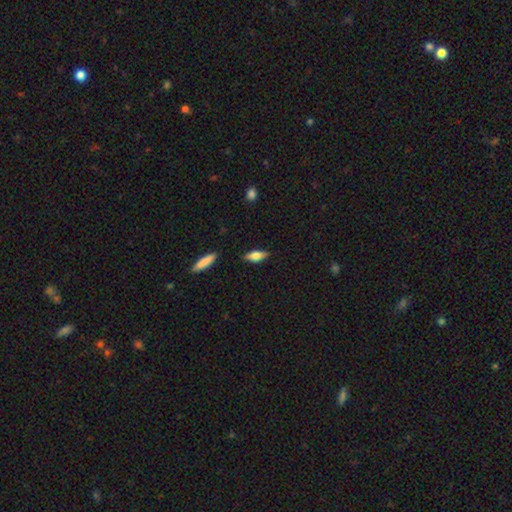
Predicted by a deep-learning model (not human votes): A smooth galaxy with no disk features (67%) that is in between round and cigar-shaped (64%).

Vote fractions:
- Smooth or featured? smooth: 67% / featured or disk: 27% / star or artifact: 7%
- How rounded? in between: 64% / cigar-shaped: 33% / round: 3%
- Merging? none: 86% / minor disturbance: 10% / major disturbance: 2% / merger: 2%